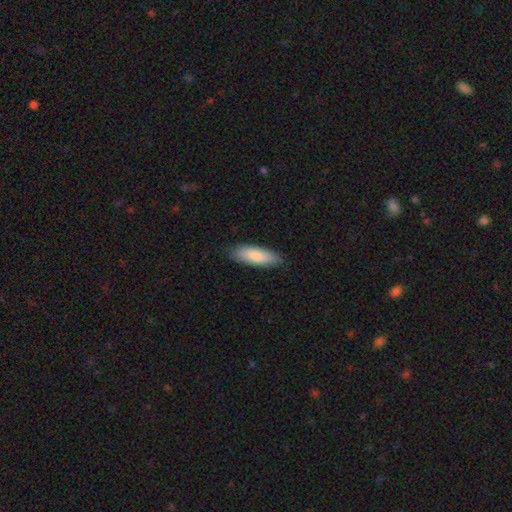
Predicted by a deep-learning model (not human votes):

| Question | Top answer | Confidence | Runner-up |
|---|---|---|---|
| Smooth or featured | smooth | 84% | featured or disk (11%) |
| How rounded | in between | 63% | cigar-shaped (36%) |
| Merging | none | 83% | minor disturbance (13%) |